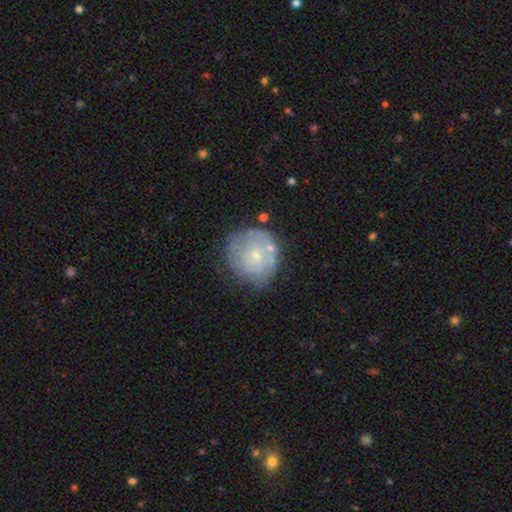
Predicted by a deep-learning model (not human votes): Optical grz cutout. It shows a featured or disk galaxy (50%). Merging: none (60%).